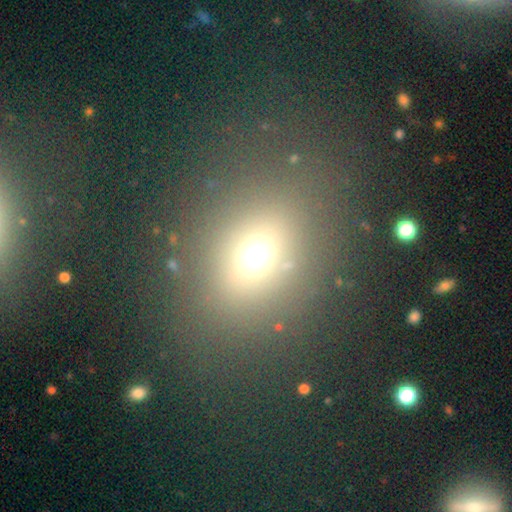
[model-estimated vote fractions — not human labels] Q: Smooth or featured?
A: smooth (64%); runner-up: star or artifact (24%)
Q: How rounded?
A: round (59%); runner-up: in between (39%)
Q: Merging?
A: none (78%); runner-up: minor disturbance (10%)